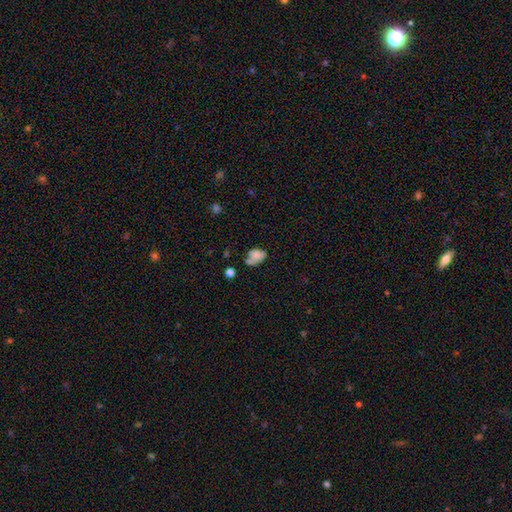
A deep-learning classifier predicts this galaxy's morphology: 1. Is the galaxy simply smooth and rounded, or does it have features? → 72% smooth, 17% featured or disk, 11% star or artifact.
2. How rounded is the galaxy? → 78% in between, 20% round, 1% cigar-shaped.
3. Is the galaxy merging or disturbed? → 35% none, 29% minor disturbance, 18% merger, 18% major disturbance.